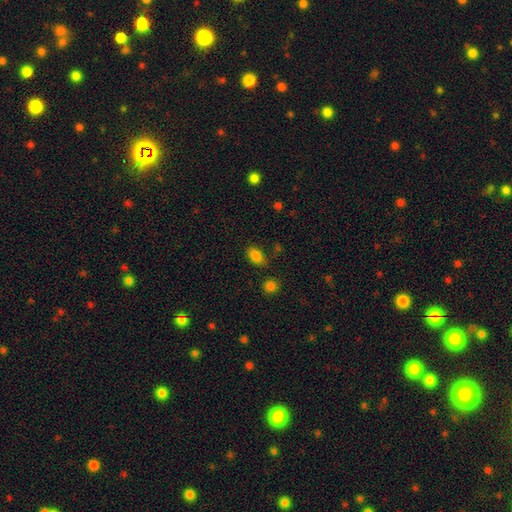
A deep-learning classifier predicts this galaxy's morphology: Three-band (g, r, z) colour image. It shows a smooth galaxy with no disk features (84%) that is in between round and cigar-shaped (87%). Merging: none (75%).